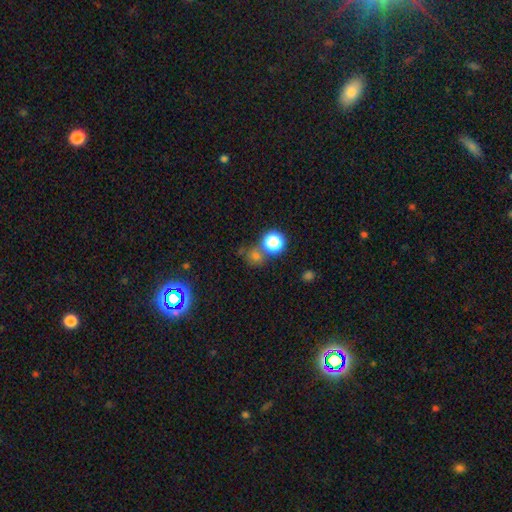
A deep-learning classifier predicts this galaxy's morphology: The model was most divided on "smooth or featured": smooth: 65%, star or artifact: 28%, featured or disk: 8%. More confident: how rounded — round (85%); merging — none (61%).